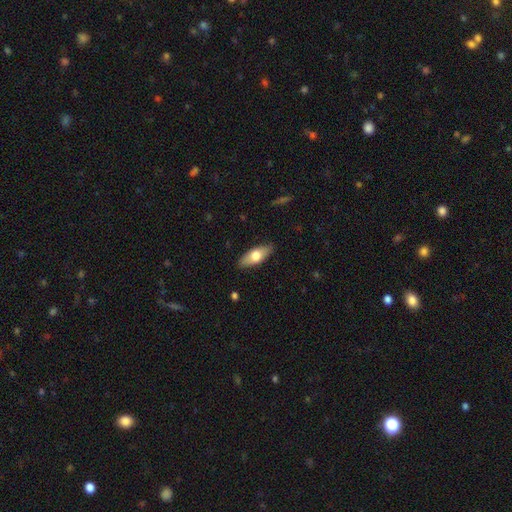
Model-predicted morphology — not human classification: smooth_or_featured: smooth (p=0.66) [alt: featured or disk p=0.28]
how_rounded: in between (p=0.77) [alt: cigar-shaped p=0.20]
merging: none (p=0.87) [alt: minor disturbance p=0.10]